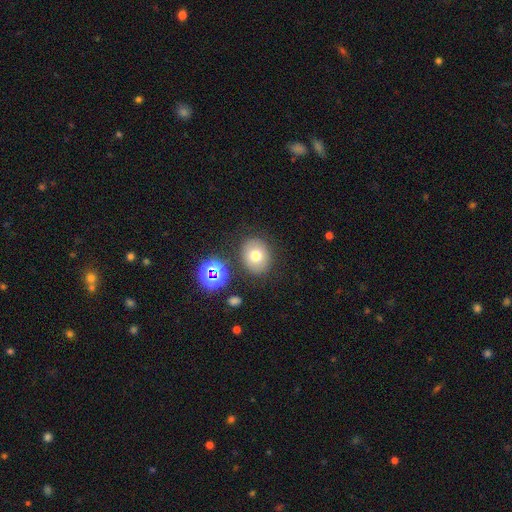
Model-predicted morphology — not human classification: smooth-or-featured: smooth: 71% | featured or disk: 15% | star or artifact: 14%
  how-rounded: round: 63% | in between: 36% | cigar-shaped: 1%
  merging: none: 82% | minor disturbance: 10% | merger: 4% | major disturbance: 4%